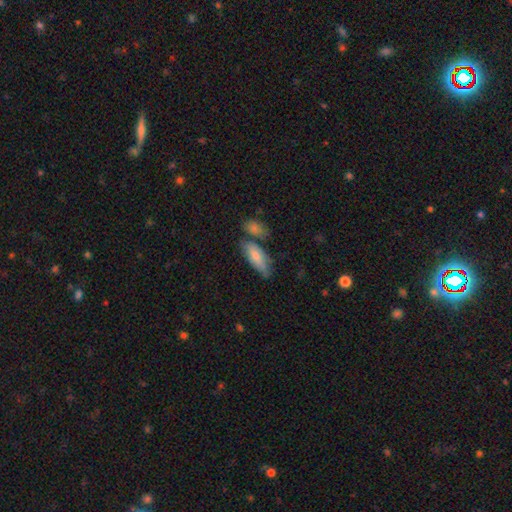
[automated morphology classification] Overall: smooth (70%). How rounded: in between (72%). Merging: none (57%; merger 20%).